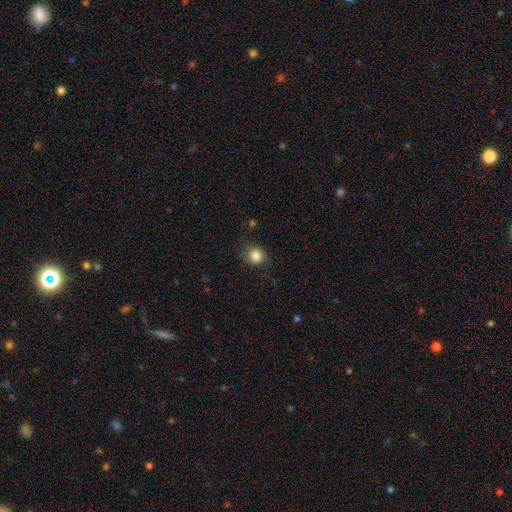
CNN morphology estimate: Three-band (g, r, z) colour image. It shows a smooth galaxy with no disk features (85%) that is round (85%). Merging: none (76%).